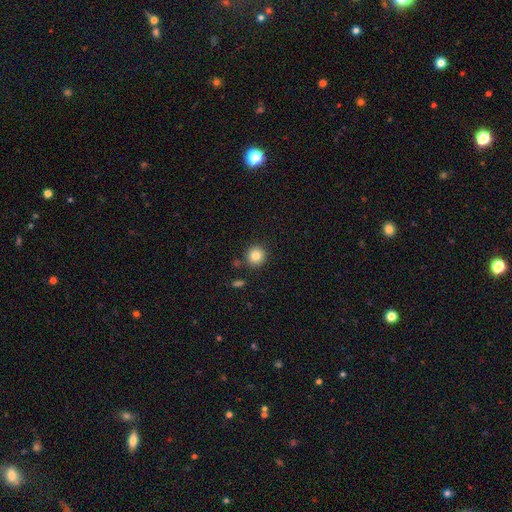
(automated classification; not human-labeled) smooth-or-featured: smooth: 84% | star or artifact: 10% | featured or disk: 6%
  how-rounded: round: 93% | in between: 6% | cigar-shaped: 1%
  merging: none: 87% | minor disturbance: 7% | merger: 4% | major disturbance: 2%